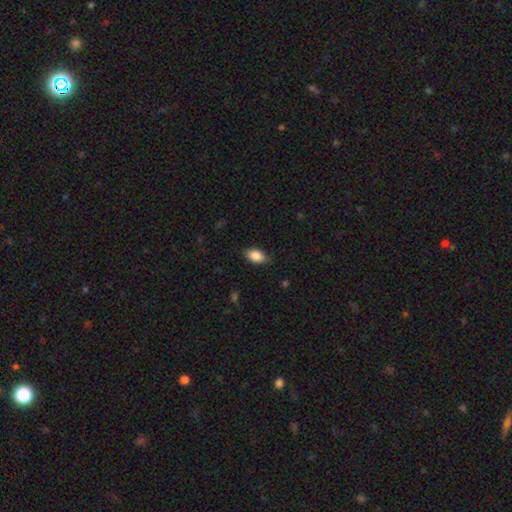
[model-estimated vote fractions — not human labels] The model was most divided on "merging": none: 79%, minor disturbance: 17%, major disturbance: 3%, merger: 1%. More confident: how rounded — in between (90%); smooth or featured — smooth (88%).